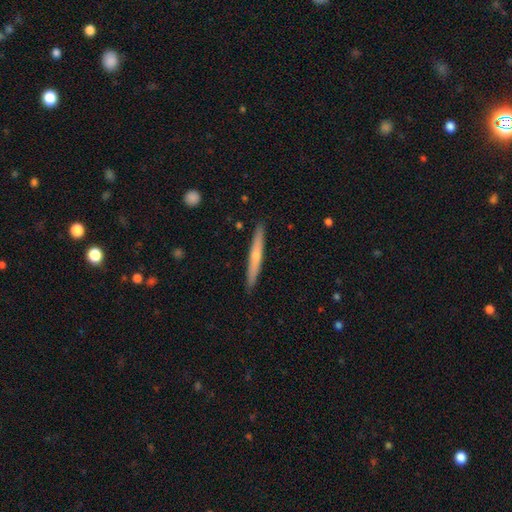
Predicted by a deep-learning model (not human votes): Morphology: type=featured or disk (51%); edge-on=yes (96%); merging=none (91%).